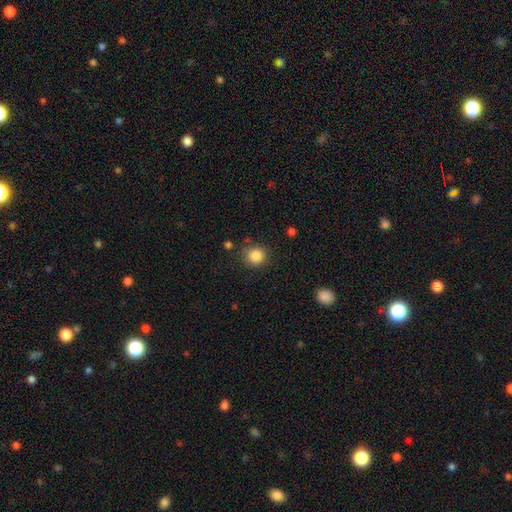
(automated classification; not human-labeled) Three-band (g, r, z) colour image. It shows a smooth galaxy with no disk features (85%) that is round (90%). Merging: none (84%).